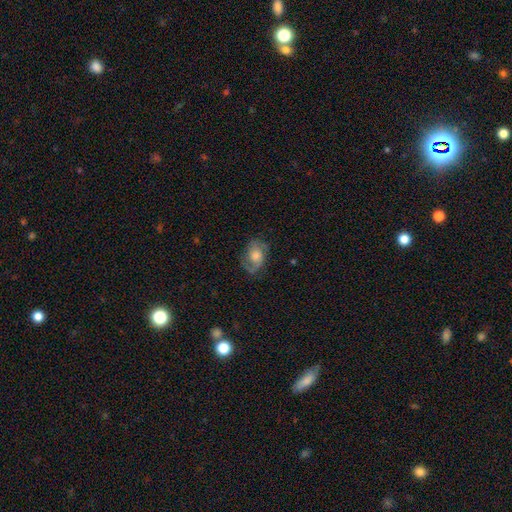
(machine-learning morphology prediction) A featured or disk galaxy (63%) with no bar (69%), 2 (75%) medium (46%) spiral arms (89%) and a moderate central bulge (42%). Merging: none (68%).